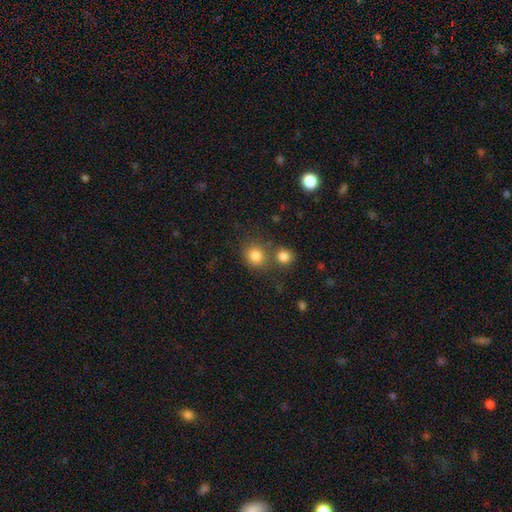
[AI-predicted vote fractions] Smooth or featured?
  - smooth: 82% *
  - star or artifact: 11%
  - featured or disk: 6%
How rounded?
  - round: 80% *
  - in between: 19%
  - cigar-shaped: 1%
Merging?
  - none: 63% *
  - merger: 23%
  - minor disturbance: 10%
  - major disturbance: 4%